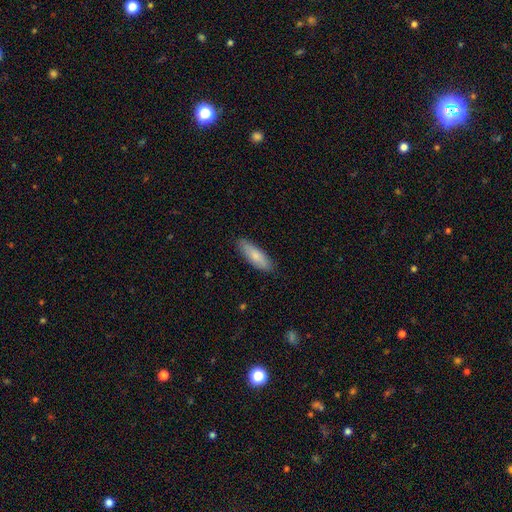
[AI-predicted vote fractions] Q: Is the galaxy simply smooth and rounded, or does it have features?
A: smooth — 79%.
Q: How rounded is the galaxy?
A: in between — 54%.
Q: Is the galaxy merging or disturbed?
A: none — 84%.